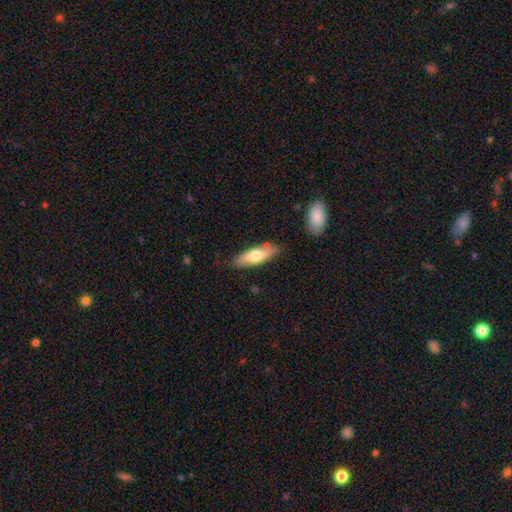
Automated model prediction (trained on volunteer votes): Morphology: type=smooth (63%); roundness=in between (54%); merging=none (79%).